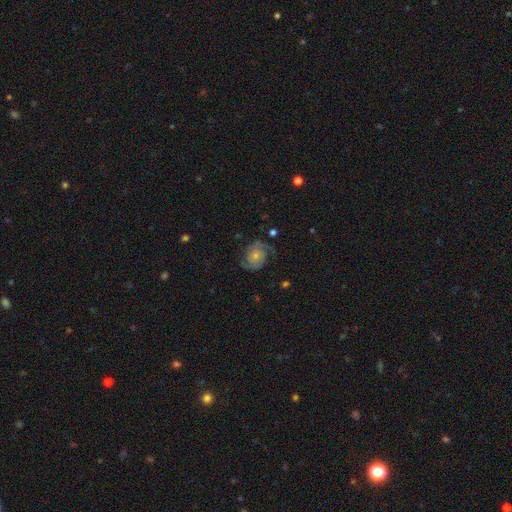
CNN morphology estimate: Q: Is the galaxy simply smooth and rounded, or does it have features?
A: featured or disk — 85%.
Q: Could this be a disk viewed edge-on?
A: no — 98%.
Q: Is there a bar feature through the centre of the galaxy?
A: no — 75%.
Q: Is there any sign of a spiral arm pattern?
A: yes — 97%.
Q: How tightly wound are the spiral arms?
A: medium — 49%.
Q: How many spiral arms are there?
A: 2 — 92%.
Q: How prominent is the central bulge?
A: small — 62%.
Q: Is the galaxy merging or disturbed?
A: none — 76%.